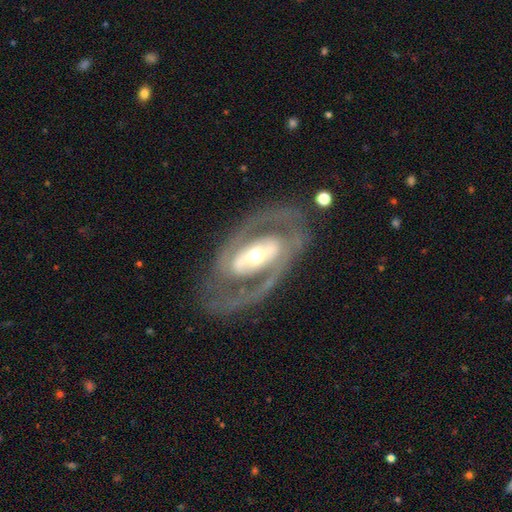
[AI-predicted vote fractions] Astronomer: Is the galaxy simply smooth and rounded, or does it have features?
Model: featured or disk — 86%.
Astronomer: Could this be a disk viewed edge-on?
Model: no — 94%.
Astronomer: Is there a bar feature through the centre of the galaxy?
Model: strong — 43% (runner-up: no, 29%).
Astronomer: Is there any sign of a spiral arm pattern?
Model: yes — 78%.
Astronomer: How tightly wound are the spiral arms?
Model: medium — 44% (runner-up: tight, 41%).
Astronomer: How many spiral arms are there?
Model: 2 — 82%.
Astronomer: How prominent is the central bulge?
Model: moderate — 64%.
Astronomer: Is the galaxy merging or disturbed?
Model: none — 75%.